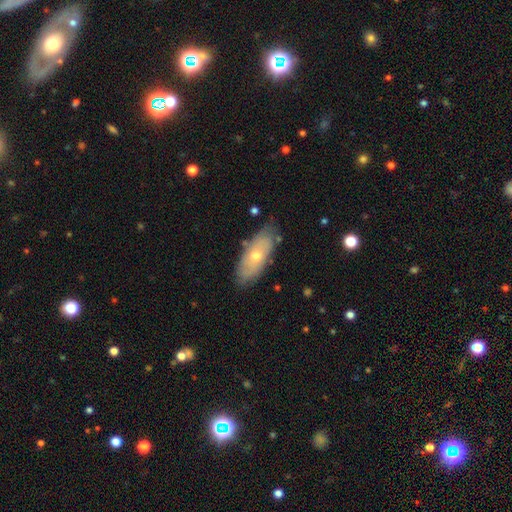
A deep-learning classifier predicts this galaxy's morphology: type=smooth (48%); merging=none (77%).